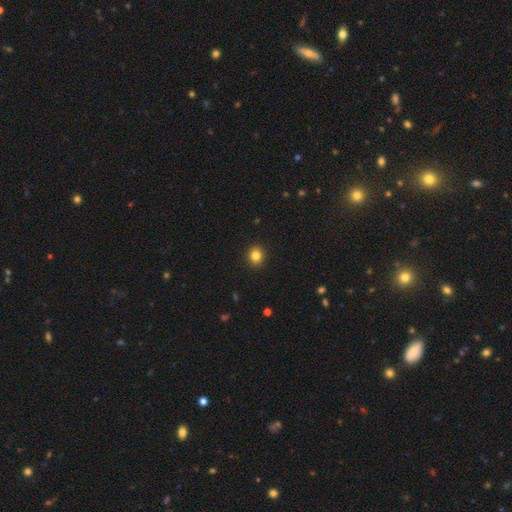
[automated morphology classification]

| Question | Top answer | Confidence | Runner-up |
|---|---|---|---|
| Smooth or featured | smooth | 84% | star or artifact (11%) |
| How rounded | round | 77% | in between (22%) |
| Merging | none | 92% | minor disturbance (5%) |